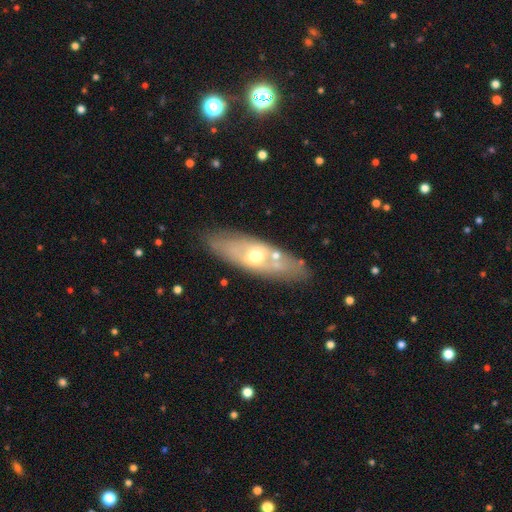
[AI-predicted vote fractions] The model was most divided on "smooth or featured": featured or disk: 56%, smooth: 37%, star or artifact: 7%. More confident: merging — none (74%); edge-on disk — no (71%).